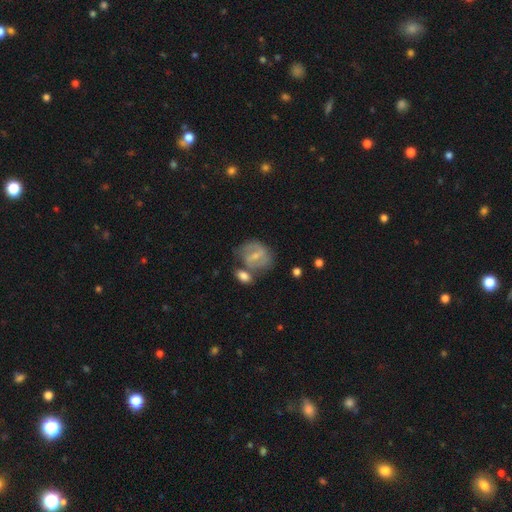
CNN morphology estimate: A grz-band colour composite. It shows a featured or disk galaxy (56%) with a weak bar (48%), spiral arms (65%) and a small central bulge (58%). Merging: none (48%).